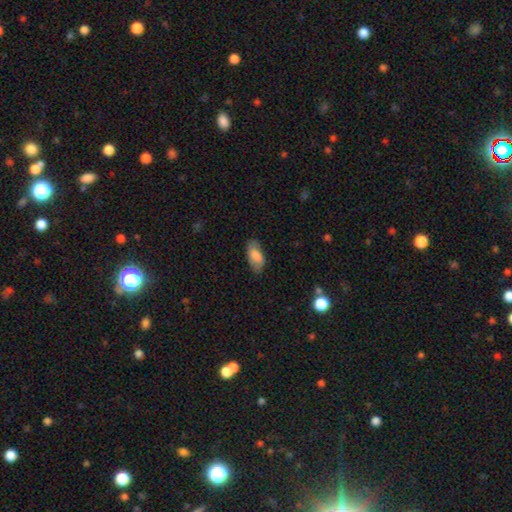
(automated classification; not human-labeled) Smooth or featured: smooth — 76% (featured or disk — 17%)
How rounded: in between — 91% (cigar-shaped — 6%)
Merging: none — 75% (minor disturbance — 19%)